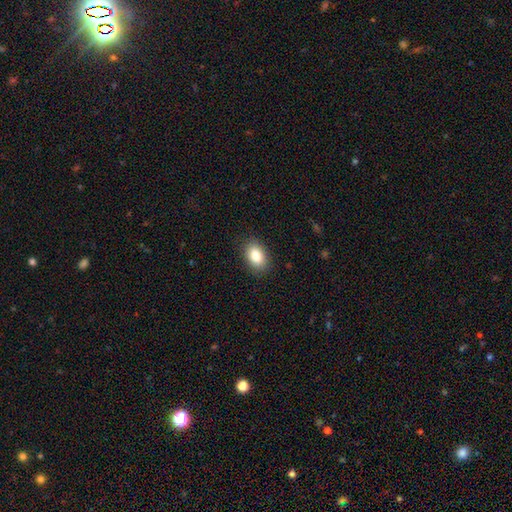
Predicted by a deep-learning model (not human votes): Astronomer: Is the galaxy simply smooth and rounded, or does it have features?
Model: smooth — 86%.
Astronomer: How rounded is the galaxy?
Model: in between — 87%.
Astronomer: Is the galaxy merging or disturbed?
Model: none — 87%.